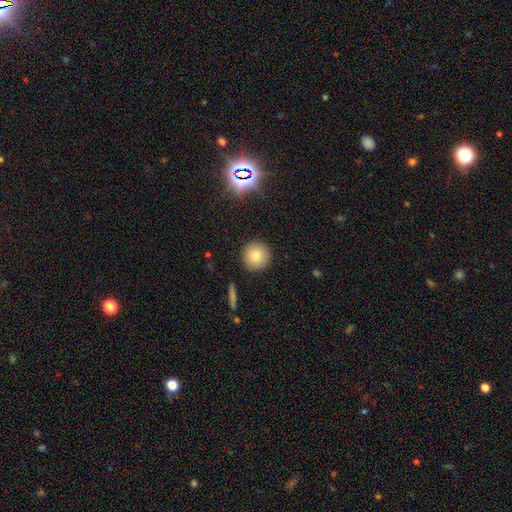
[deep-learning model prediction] A smooth galaxy with no disk features (79%) that is round (95%). Merging: none (91%).